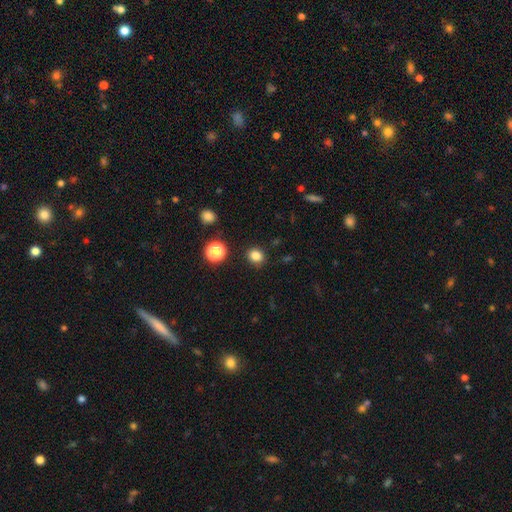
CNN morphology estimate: smooth-or-featured: smooth: 83% | star or artifact: 13% | featured or disk: 4%
  how-rounded: round: 73% | in between: 26% | cigar-shaped: 1%
  merging: none: 89% | minor disturbance: 7% | major disturbance: 2% | merger: 2%